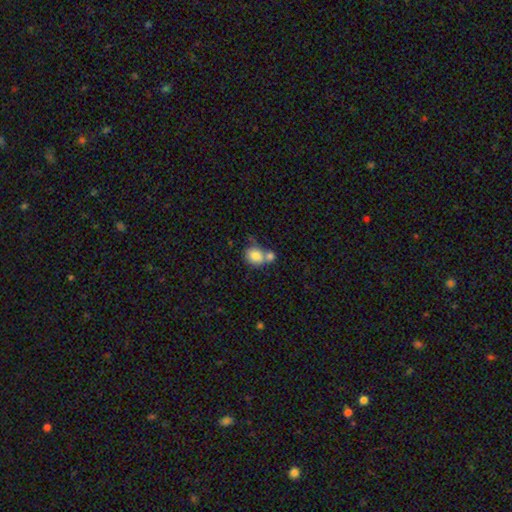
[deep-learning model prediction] A smooth galaxy with no disk features (80%) that is round (65%).

Vote fractions:
- Smooth or featured? smooth: 80% / featured or disk: 11% / star or artifact: 8%
- How rounded? round: 65% / in between: 34% / cigar-shaped: 1%
- Merging? merger: 49% / none: 34% / minor disturbance: 11% / major disturbance: 5%